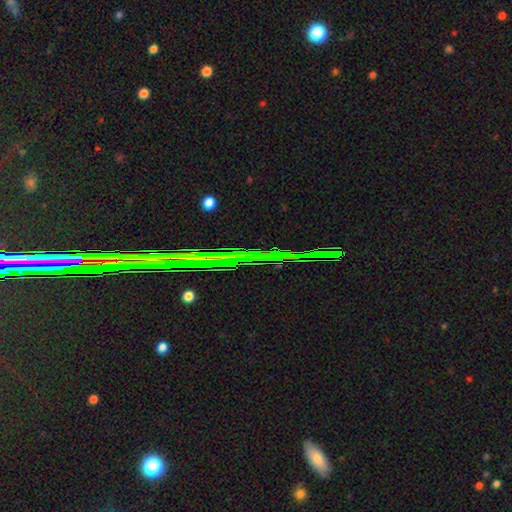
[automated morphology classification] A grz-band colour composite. It shows a star or artifact, not a galaxy (69%).